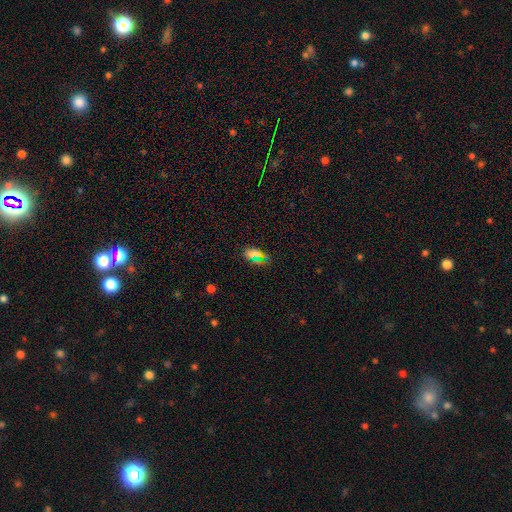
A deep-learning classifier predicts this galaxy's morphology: type=smooth (62%); roundness=in between (83%); merging=none (76%).